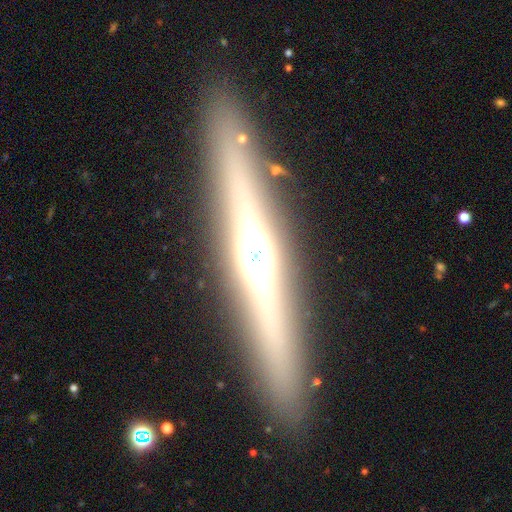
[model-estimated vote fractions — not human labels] Smooth or featured?
  - featured or disk: 73% *
  - smooth: 20%
  - star or artifact: 7%
Edge-on disk?
  - yes: 96% *
  - no: 4%
Edge-on bulge?
  - rounded: 81% *
  - none: 10%
  - boxy: 9%
Merging?
  - none: 90% *
  - minor disturbance: 7%
  - major disturbance: 2%
  - merger: 1%